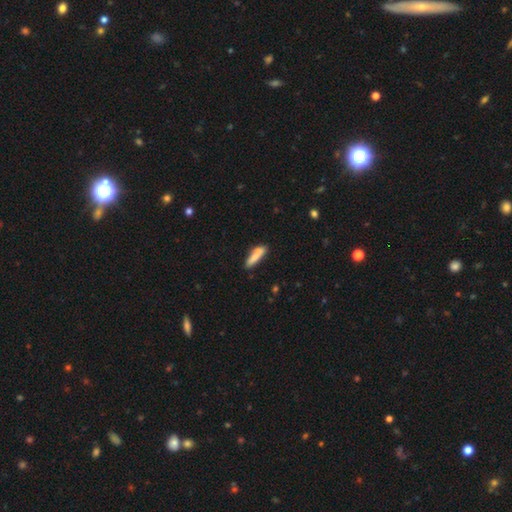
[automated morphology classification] A smooth galaxy with no disk features (77%) that is cigar-shaped (70%). Merging: none (70%).